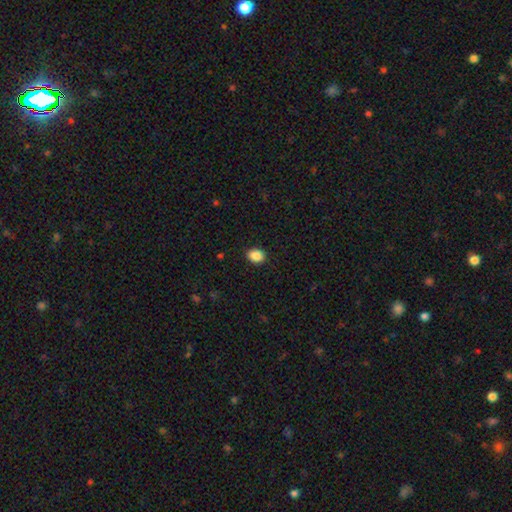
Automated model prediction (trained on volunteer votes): Q: Smooth or featured?
A: smooth (89%); runner-up: star or artifact (8%)
Q: How rounded?
A: in between (56%); runner-up: round (43%)
Q: Merging?
A: none (89%); runner-up: minor disturbance (8%)